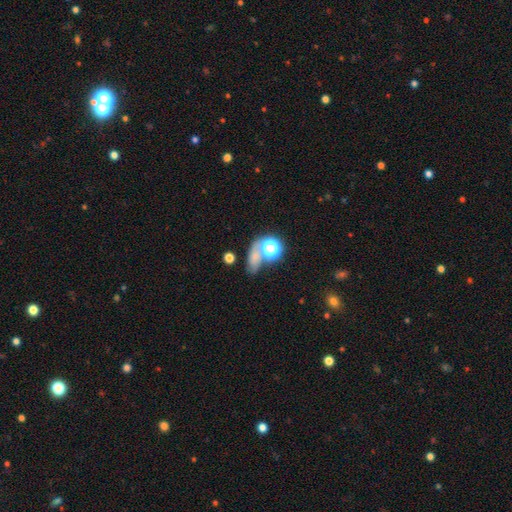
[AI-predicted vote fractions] Overall: smooth (58%; star or artifact 26%). How rounded: in between (53%; round 40%). Merging: none (45%; merger 25%).